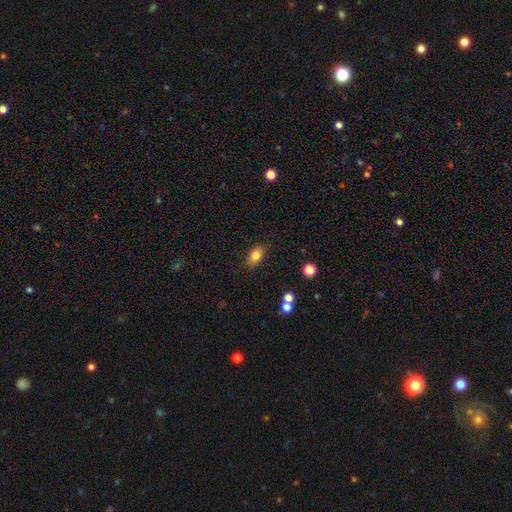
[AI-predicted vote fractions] Morphology: type=smooth (82%); roundness=in between (81%); merging=none (83%).